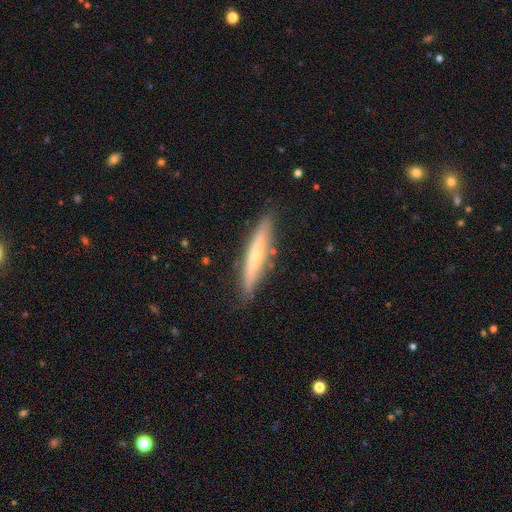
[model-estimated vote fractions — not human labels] Smooth or featured: featured or disk — 50% (smooth — 44%)
Merging: none — 84% (minor disturbance — 12%)